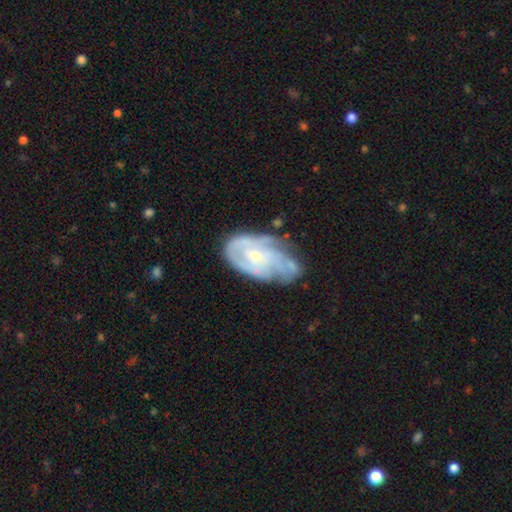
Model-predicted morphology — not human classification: A featured or disk galaxy (72%) with no bar (70%), tight (55%) spiral arms (76%) and a small central bulge (64%). Merging: none (43%).